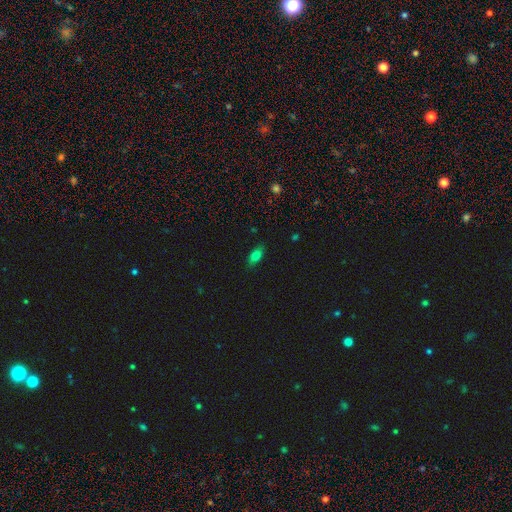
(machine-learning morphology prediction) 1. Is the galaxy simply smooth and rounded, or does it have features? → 78% smooth, 12% star or artifact, 10% featured or disk.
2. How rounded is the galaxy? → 85% in between, 8% cigar-shaped, 7% round.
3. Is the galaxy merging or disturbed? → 82% none, 13% minor disturbance, 3% major disturbance, 1% merger.